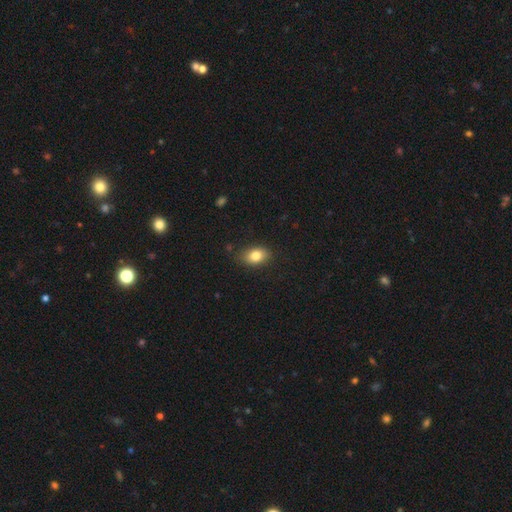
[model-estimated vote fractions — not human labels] The model was most divided on "how rounded": in between: 82%, round: 16%, cigar-shaped: 2%. More confident: merging — none (83%); smooth or featured — smooth (81%).